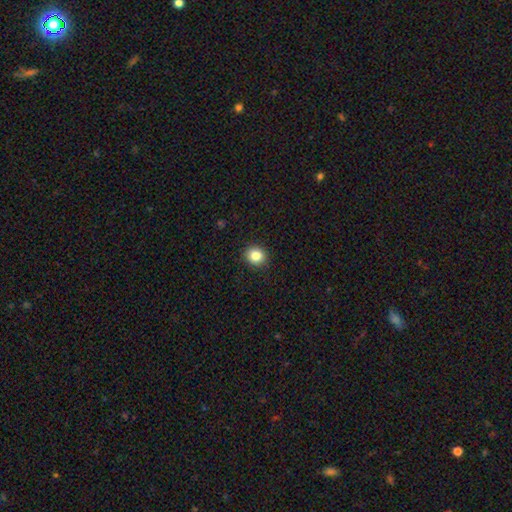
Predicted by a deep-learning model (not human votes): Morphology: type=smooth (84%); roundness=round (81%); merging=none (91%).